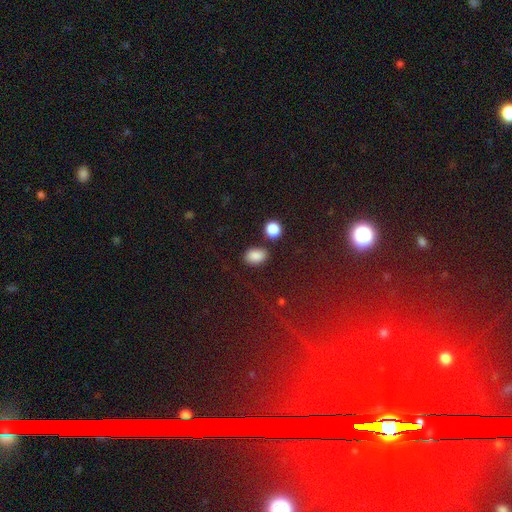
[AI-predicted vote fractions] A smooth galaxy with no disk features (86%) that is in between round and cigar-shaped (80%). Merging: none (75%).